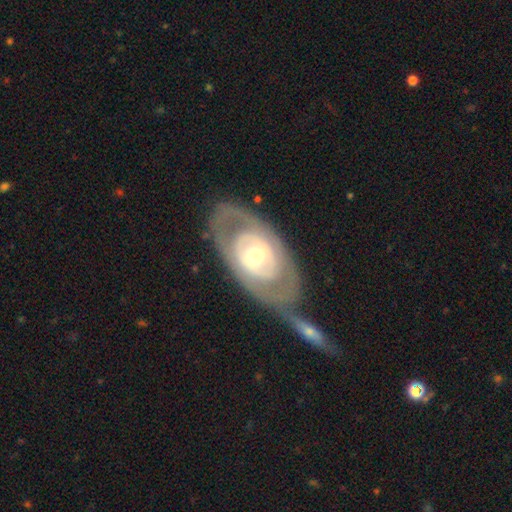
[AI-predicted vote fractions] Overall: featured or disk (75%). Edge-on disk: no (92%). Bar: no (74%). Spiral arms: yes (54%; no 46%). Bulge size: moderate (56%; small 34%). Merging: none (56%; merger 19%).